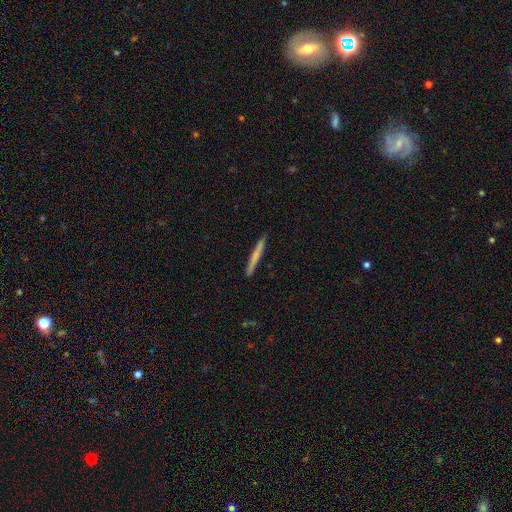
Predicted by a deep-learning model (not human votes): smooth_or_featured: smooth (p=0.64) [alt: featured or disk p=0.31]
how_rounded: cigar-shaped (p=0.97) [alt: in between p=0.02]
merging: none (p=0.91) [alt: minor disturbance p=0.07]